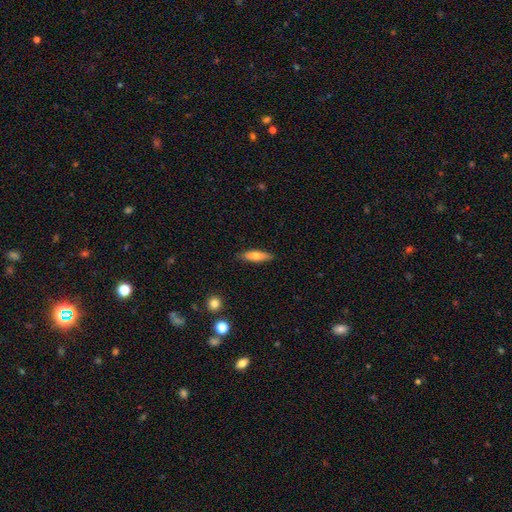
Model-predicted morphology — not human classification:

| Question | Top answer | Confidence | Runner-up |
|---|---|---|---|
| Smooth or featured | smooth | 69% | featured or disk (25%) |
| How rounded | cigar-shaped | 63% | in between (35%) |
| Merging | none | 87% | minor disturbance (10%) |